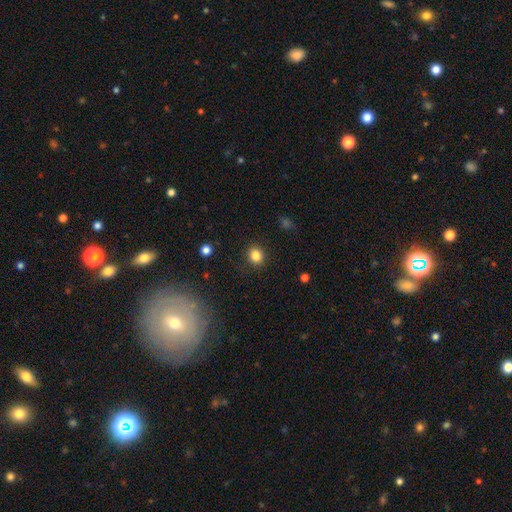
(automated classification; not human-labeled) smooth_or_featured: smooth (p=0.84) [alt: star or artifact p=0.11]
how_rounded: round (p=0.79) [alt: in between p=0.20]
merging: none (p=0.88) [alt: minor disturbance p=0.08]